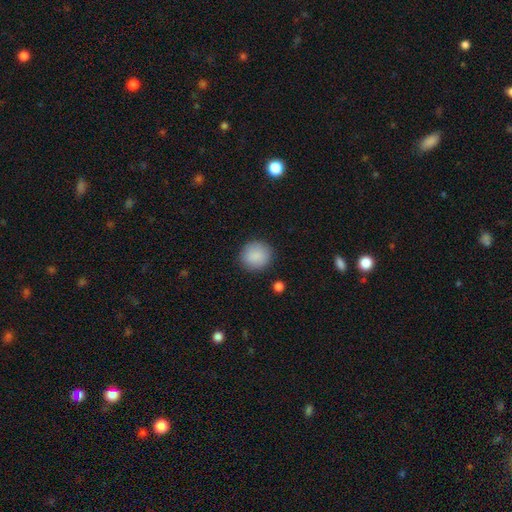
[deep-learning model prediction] The model was most divided on "how rounded": round: 89%, in between: 10%, cigar-shaped: 1%. More confident: merging — none (89%); smooth or featured — smooth (89%).